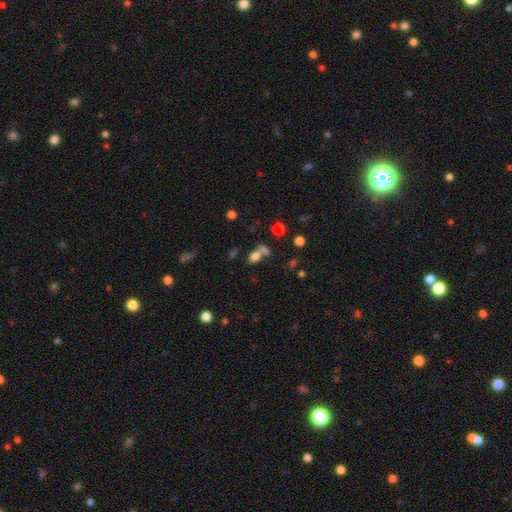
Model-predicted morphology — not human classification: Smooth or featured? Predicted: smooth (p=0.73). How rounded? Predicted: in between (p=0.78). Merging? Predicted: none (p=0.43).